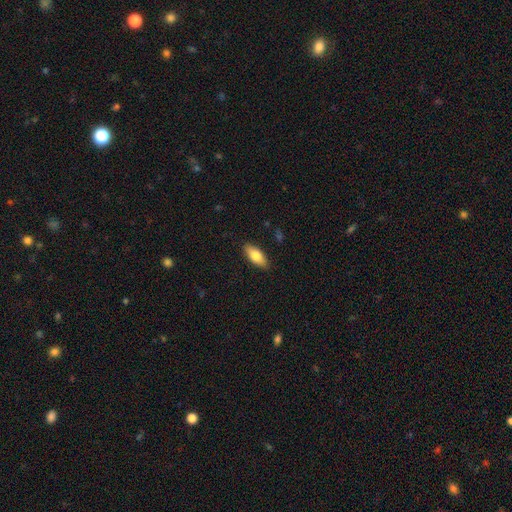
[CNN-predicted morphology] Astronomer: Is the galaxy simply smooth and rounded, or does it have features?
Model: smooth — 77%.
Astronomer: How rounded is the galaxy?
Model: in between — 83%.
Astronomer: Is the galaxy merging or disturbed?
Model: none — 88%.